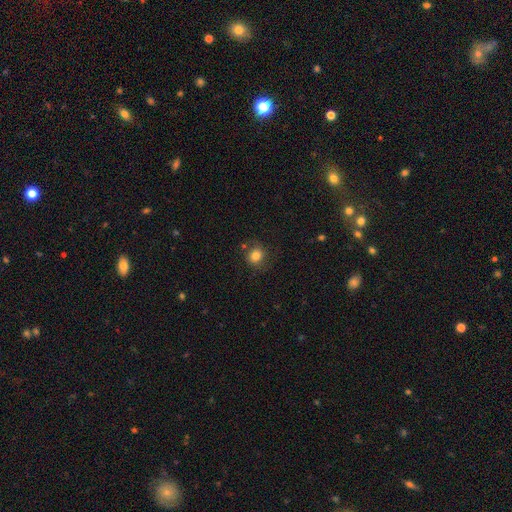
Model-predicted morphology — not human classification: smooth_or_featured: smooth (p=0.79) [alt: star or artifact p=0.11]
how_rounded: round (p=0.80) [alt: in between p=0.19]
merging: none (p=0.76) [alt: minor disturbance p=0.15]